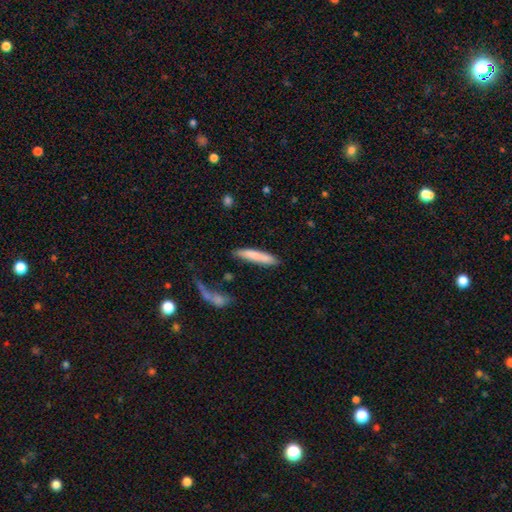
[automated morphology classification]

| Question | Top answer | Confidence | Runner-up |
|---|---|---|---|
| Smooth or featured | smooth | 78% | featured or disk (17%) |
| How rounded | cigar-shaped | 90% | in between (8%) |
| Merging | none | 82% | minor disturbance (11%) |